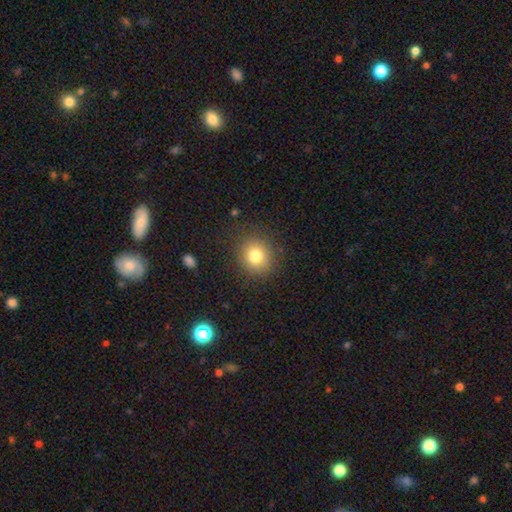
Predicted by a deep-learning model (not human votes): The model was most divided on "smooth or featured": smooth: 79%, star or artifact: 12%, featured or disk: 9%. More confident: merging — none (87%); how rounded — round (85%).